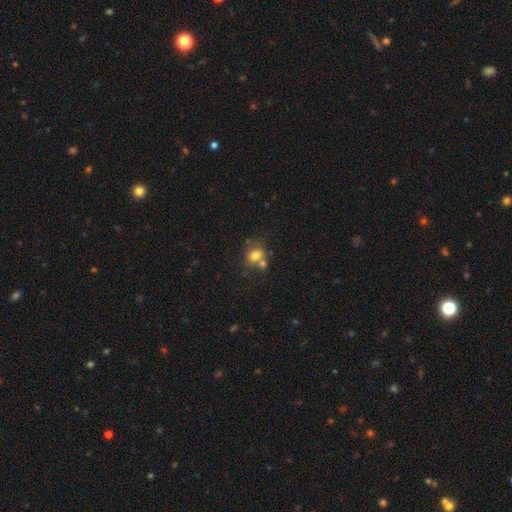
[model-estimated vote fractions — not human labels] A smooth galaxy with no disk features (74%) that is round (68%).

Vote fractions:
- Smooth or featured? smooth: 74% / featured or disk: 14% / star or artifact: 12%
- How rounded? round: 68% / in between: 31% / cigar-shaped: 1%
- Merging? none: 47% / merger: 35% / minor disturbance: 13% / major disturbance: 5%